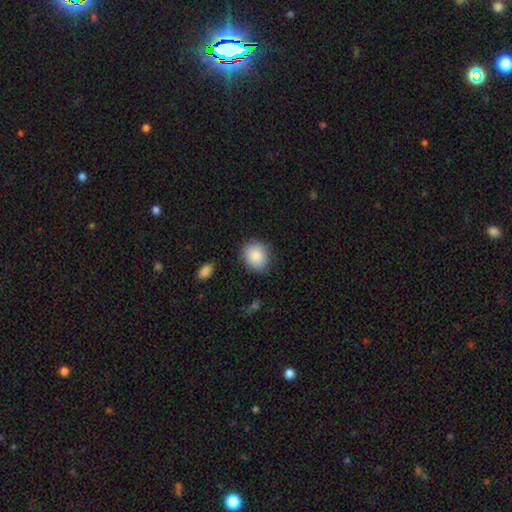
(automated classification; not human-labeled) Q: Smooth or featured?
A: smooth (87%); runner-up: star or artifact (7%)
Q: How rounded?
A: round (59%); runner-up: in between (40%)
Q: Merging?
A: none (81%); runner-up: minor disturbance (14%)